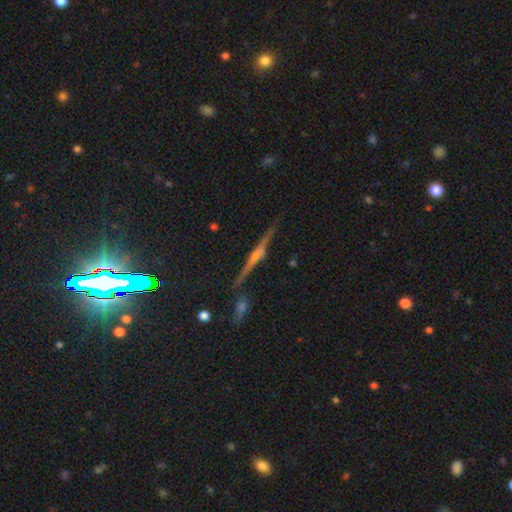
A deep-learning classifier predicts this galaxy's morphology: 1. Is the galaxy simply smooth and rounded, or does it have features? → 76% featured or disk, 12% star or artifact, 12% smooth.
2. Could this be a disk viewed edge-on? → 97% yes, 3% no.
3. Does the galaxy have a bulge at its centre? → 80% rounded, 10% boxy, 10% none.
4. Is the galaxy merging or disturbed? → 85% none, 9% minor disturbance, 3% merger, 3% major disturbance.